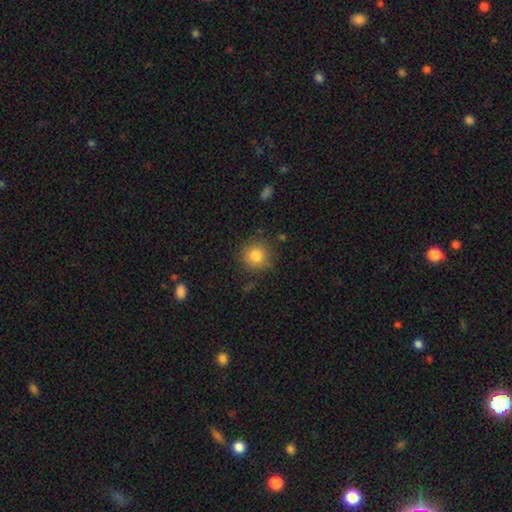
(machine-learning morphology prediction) Smooth or featured? Predicted: smooth (p=0.82). How rounded? Predicted: round (p=0.93). Merging? Predicted: none (p=0.84).